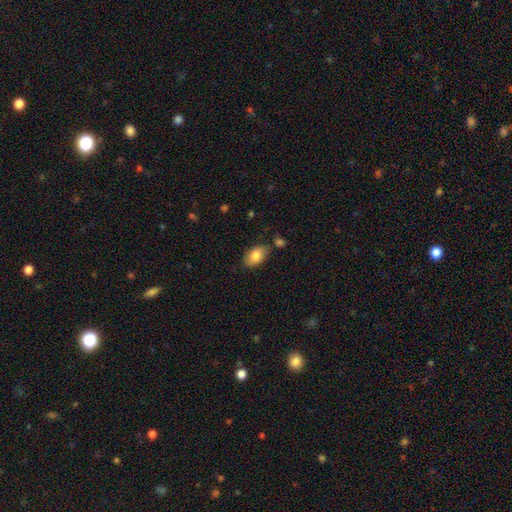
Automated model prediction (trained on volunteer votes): Smooth or featured?
  - smooth: 83% *
  - featured or disk: 10%
  - star or artifact: 7%
How rounded?
  - in between: 92% *
  - round: 6%
  - cigar-shaped: 2%
Merging?
  - none: 78% *
  - minor disturbance: 14%
  - merger: 5%
  - major disturbance: 3%